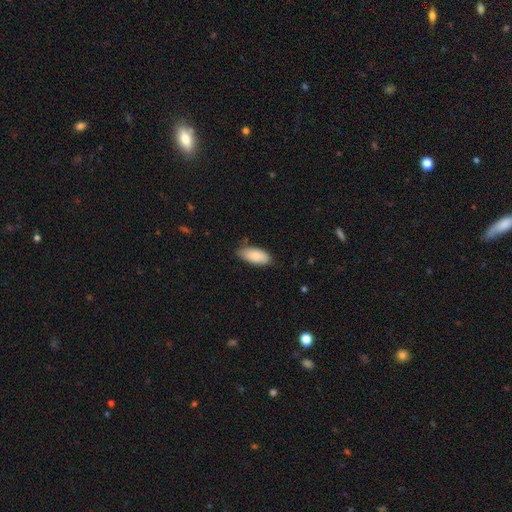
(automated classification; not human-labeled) Smooth or featured? smooth (83%)
How rounded? in between (88%)
Merging? none (76%)